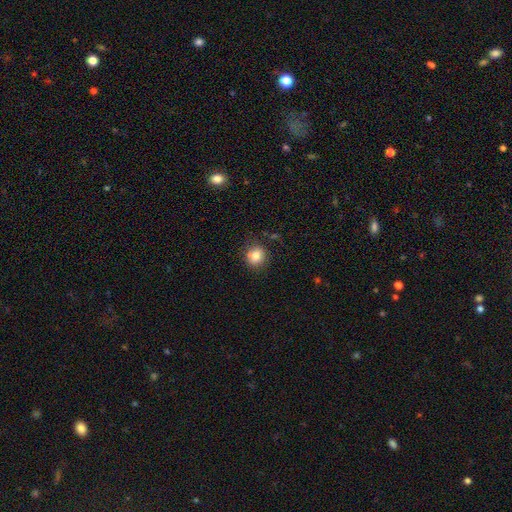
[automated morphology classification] This is likely a smooth galaxy (79%). How rounded: clearly round (86%). Merging: likely none (78%).